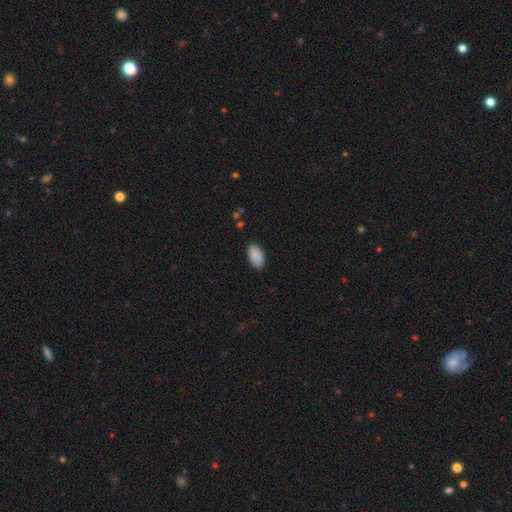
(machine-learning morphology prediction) Overall: smooth (89%). How rounded: in between (95%). Merging: none (82%).